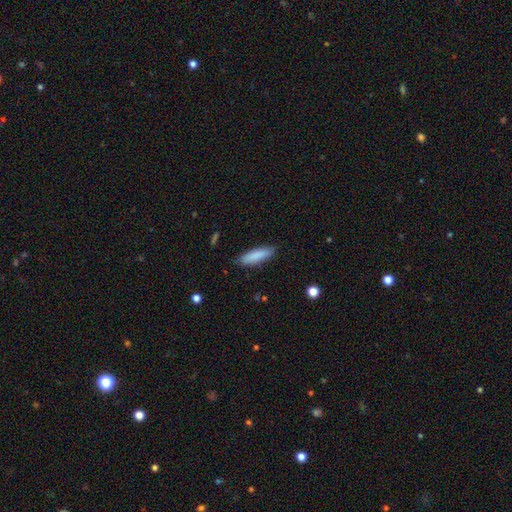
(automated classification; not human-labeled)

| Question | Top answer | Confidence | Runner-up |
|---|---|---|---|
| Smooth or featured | smooth | 85% | featured or disk (9%) |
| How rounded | cigar-shaped | 68% | in between (31%) |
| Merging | none | 85% | minor disturbance (11%) |